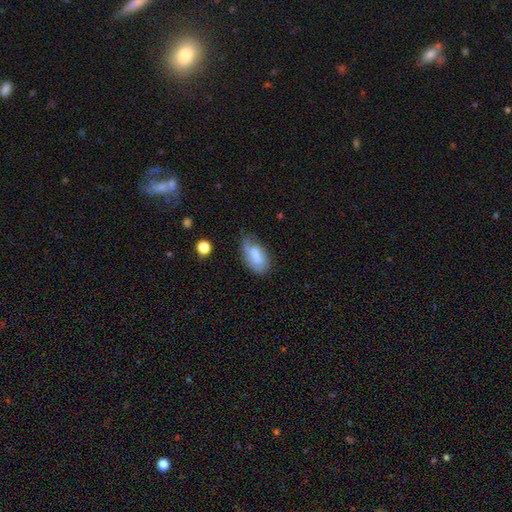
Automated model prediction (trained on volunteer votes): Overall: smooth (69%). How rounded: in between (91%). Merging: none (47%; minor disturbance 36%).